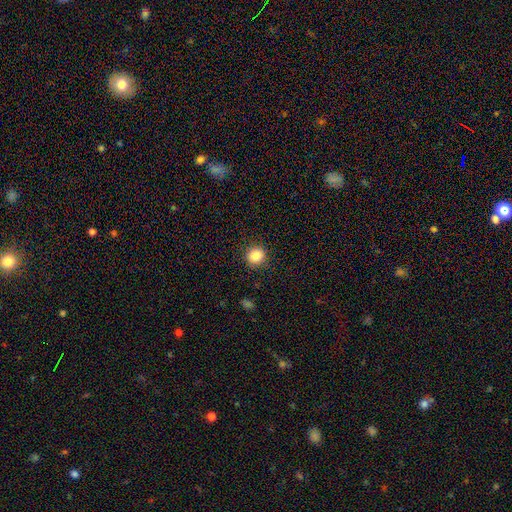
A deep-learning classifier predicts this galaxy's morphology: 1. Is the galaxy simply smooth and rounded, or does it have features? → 86% smooth, 10% star or artifact, 4% featured or disk.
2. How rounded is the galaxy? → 91% round, 8% in between, 1% cigar-shaped.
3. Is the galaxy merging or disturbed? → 90% none, 6% minor disturbance, 2% major disturbance, 1% merger.